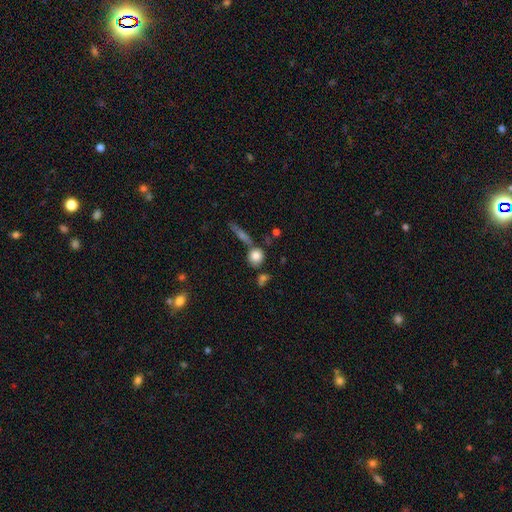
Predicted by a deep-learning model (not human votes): Q: Smooth or featured?
A: smooth (80%); runner-up: featured or disk (11%)
Q: How rounded?
A: round (82%); runner-up: in between (15%)
Q: Merging?
A: none (65%); runner-up: merger (20%)